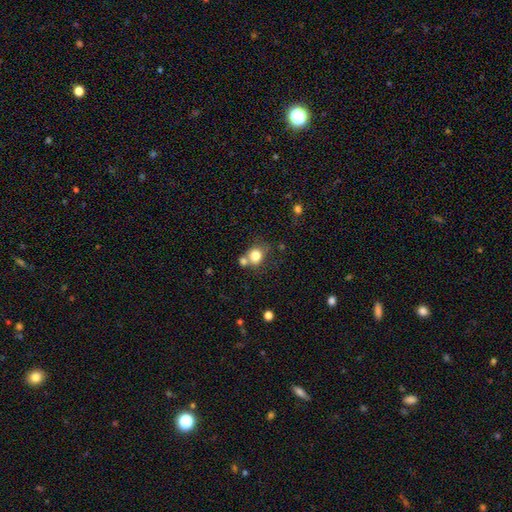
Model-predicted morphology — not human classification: Smooth or featured?
  - smooth: 80% *
  - star or artifact: 11%
  - featured or disk: 10%
How rounded?
  - round: 68% *
  - in between: 31%
  - cigar-shaped: 1%
Merging?
  - none: 52% *
  - merger: 29%
  - minor disturbance: 14%
  - major disturbance: 6%